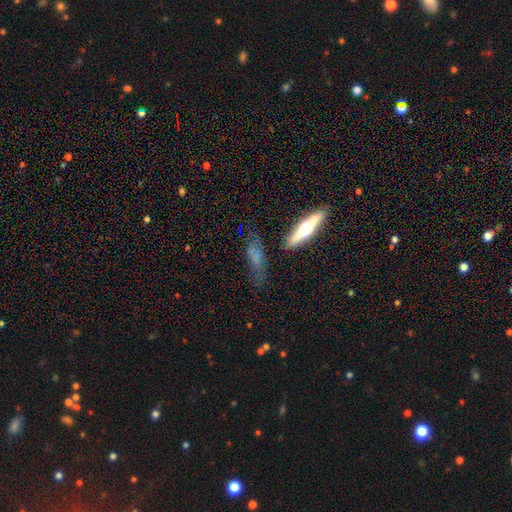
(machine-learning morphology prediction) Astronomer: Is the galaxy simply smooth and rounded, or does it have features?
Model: smooth — 45% (runner-up: featured or disk, 42%).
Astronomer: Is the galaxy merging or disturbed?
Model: none — 59%.